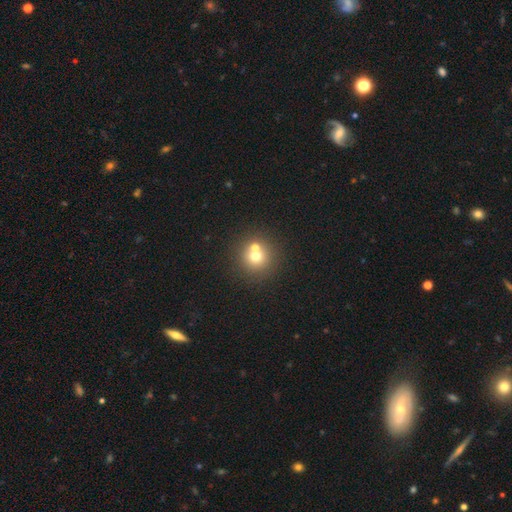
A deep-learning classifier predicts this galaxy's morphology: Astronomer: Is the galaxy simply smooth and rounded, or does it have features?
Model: smooth — 68%.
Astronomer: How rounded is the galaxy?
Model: round — 92%.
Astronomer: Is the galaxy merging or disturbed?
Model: none — 58%.